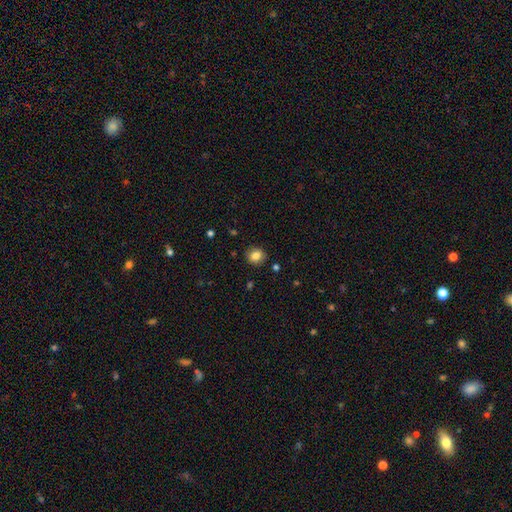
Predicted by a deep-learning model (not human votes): Overall: smooth (84%). How rounded: round (85%). Merging: none (89%).